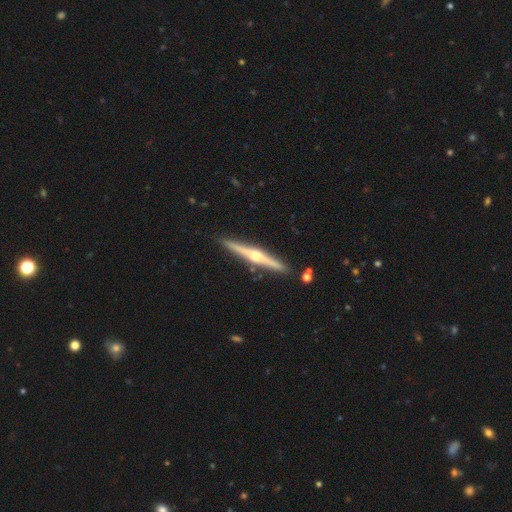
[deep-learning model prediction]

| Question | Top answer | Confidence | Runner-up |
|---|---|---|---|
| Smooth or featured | featured or disk | 80% | smooth (14%) |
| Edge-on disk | yes | 98% | no (2%) |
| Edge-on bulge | rounded | 90% | boxy (6%) |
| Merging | none | 90% | minor disturbance (7%) |